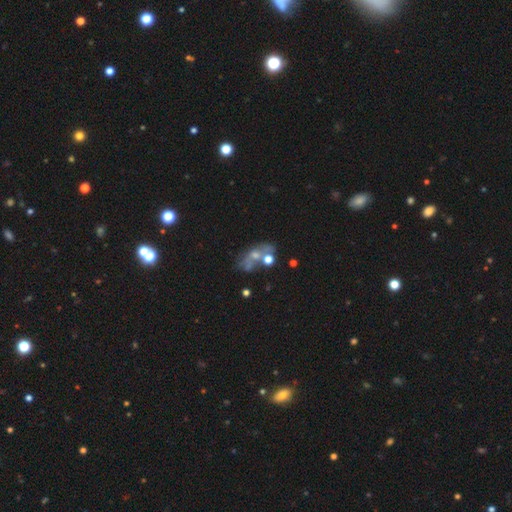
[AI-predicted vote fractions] Smooth or featured?
  - featured or disk: 45% *
  - smooth: 34%
  - star or artifact: 21%
Merging?
  - none: 35% *
  - merger: 26%
  - major disturbance: 22%
  - minor disturbance: 17%